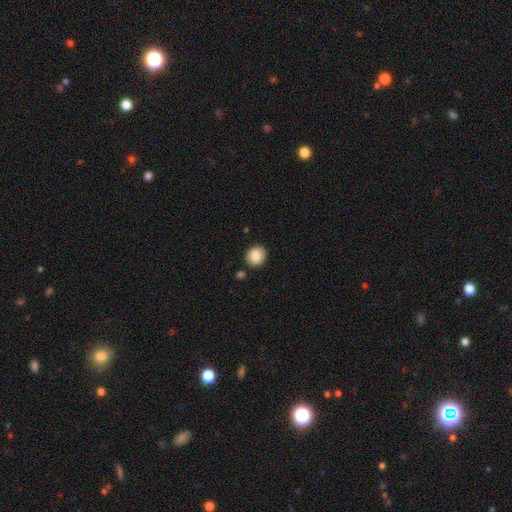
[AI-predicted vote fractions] Morphology: type=smooth (84%); roundness=round (69%); merging=none (85%).